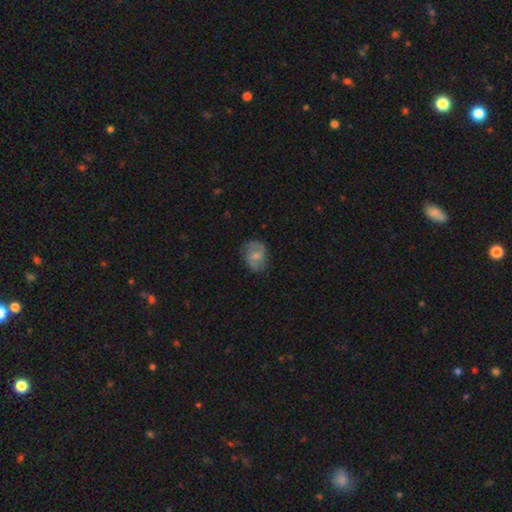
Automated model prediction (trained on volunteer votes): smooth-or-featured: featured or disk: 48% | smooth: 45% | star or artifact: 7%
  merging: none: 70% | minor disturbance: 21% | major disturbance: 7% | merger: 1%